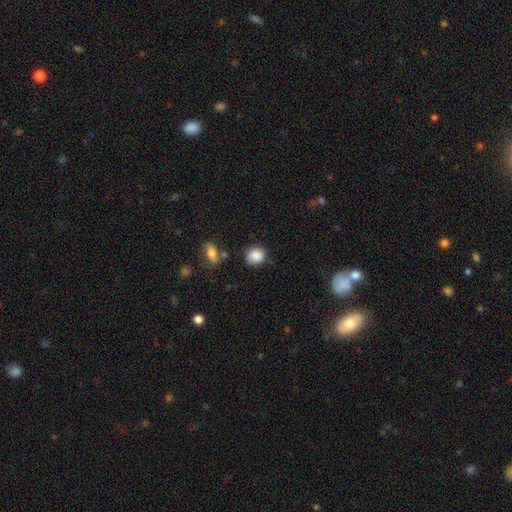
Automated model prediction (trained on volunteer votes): This is clearly a smooth galaxy (87%). How rounded: likely round (68%). Merging: likely none (74%).